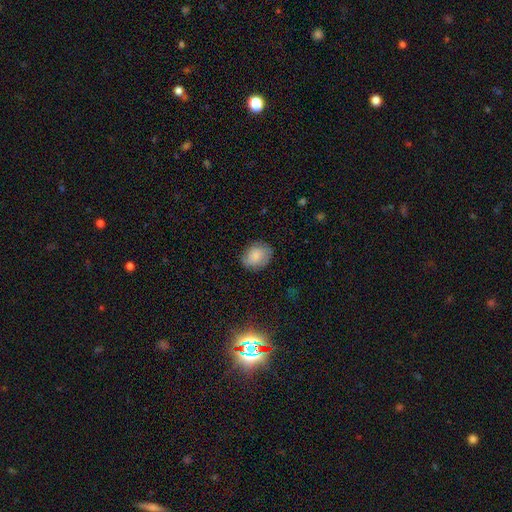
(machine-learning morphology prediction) type=smooth (82%); roundness=in between (60%); merging=none (77%).